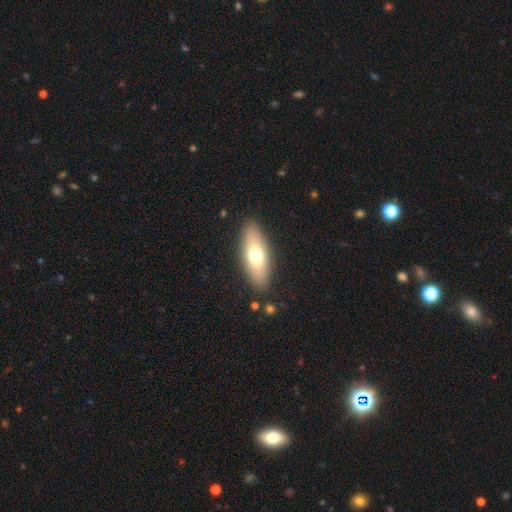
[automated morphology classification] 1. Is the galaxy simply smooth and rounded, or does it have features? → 66% smooth, 27% featured or disk, 7% star or artifact.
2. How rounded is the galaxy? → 72% in between, 25% cigar-shaped, 3% round.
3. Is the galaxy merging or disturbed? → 87% none, 9% minor disturbance, 3% major disturbance, 1% merger.